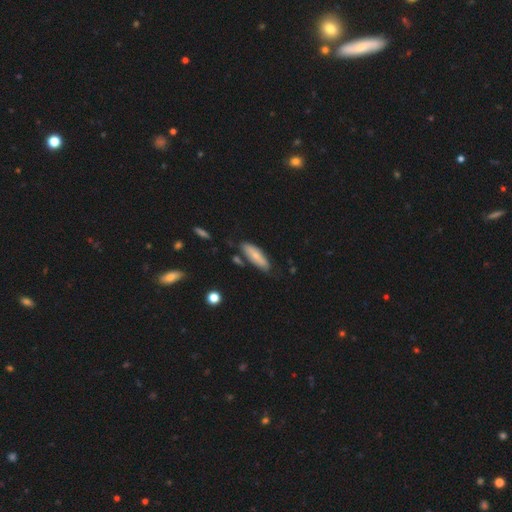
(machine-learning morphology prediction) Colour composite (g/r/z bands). It shows a smooth galaxy with no disk features (66%) that is in between round and cigar-shaped (59%). Merging: none (71%).